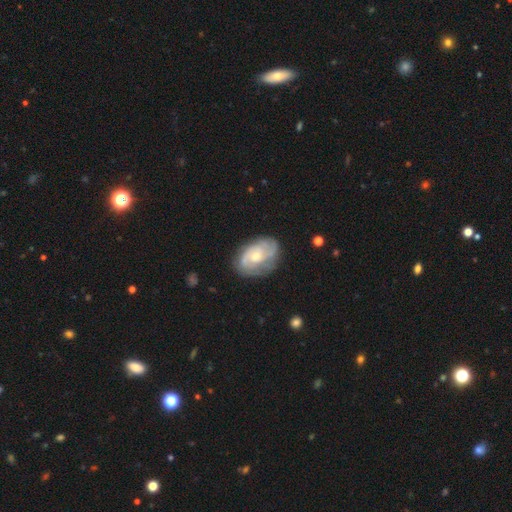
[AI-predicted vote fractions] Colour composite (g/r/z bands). It shows a featured or disk galaxy (78%) with no bar (73%), 2 (34%) tight (56%) spiral arms (91%) and a moderate central bulge (53%). Merging: none (72%).